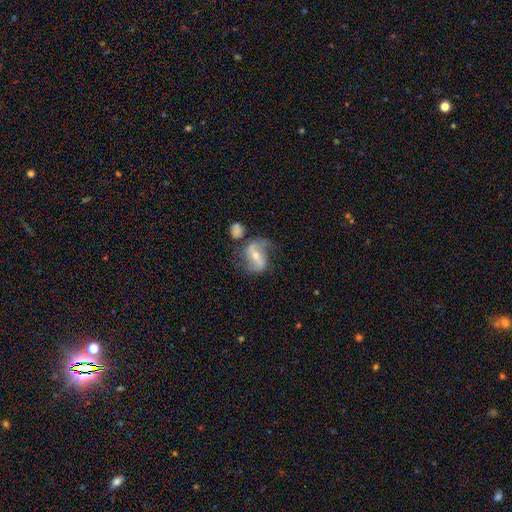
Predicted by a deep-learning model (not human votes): Overall: featured or disk (72%). Edge-on disk: no (94%). Bar: strong (53%; weak 29%). Spiral arms: yes (79%). Spiral arm count: 2 (84%). Spiral winding: loose (55%; medium 33%). Bulge size: moderate (53%; small 42%). Merging: none (54%; minor disturbance 23%).